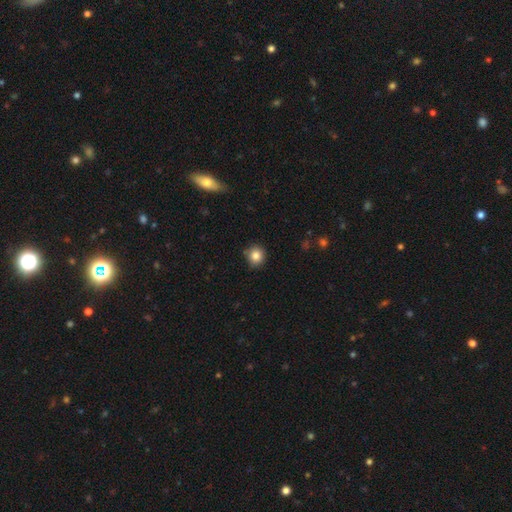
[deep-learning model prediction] This appears to be a smooth galaxy with no disk features (84%) that is round (91%). Merging: none (87%).